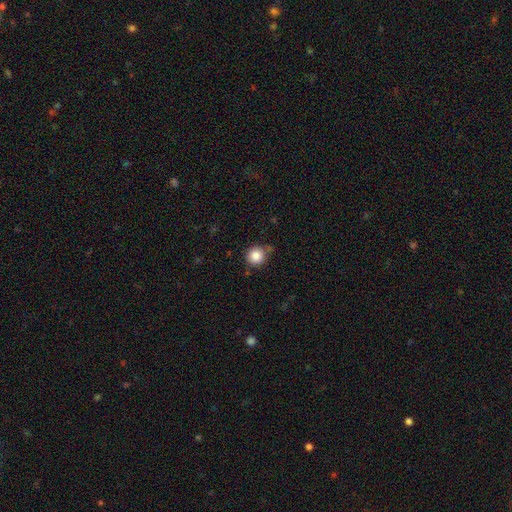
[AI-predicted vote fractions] Smooth or featured? Predicted: smooth (p=0.86). How rounded? Predicted: round (p=0.91). Merging? Predicted: none (p=0.76).